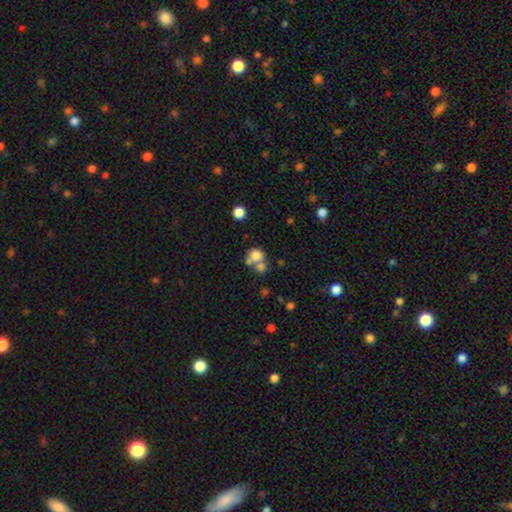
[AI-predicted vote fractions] A smooth galaxy with no disk features (73%) that is round (79%).

Vote fractions:
- Smooth or featured? smooth: 73% / featured or disk: 14% / star or artifact: 13%
- How rounded? round: 79% / in between: 20% / cigar-shaped: 1%
- Merging? merger: 49% / none: 37% / minor disturbance: 8% / major disturbance: 6%